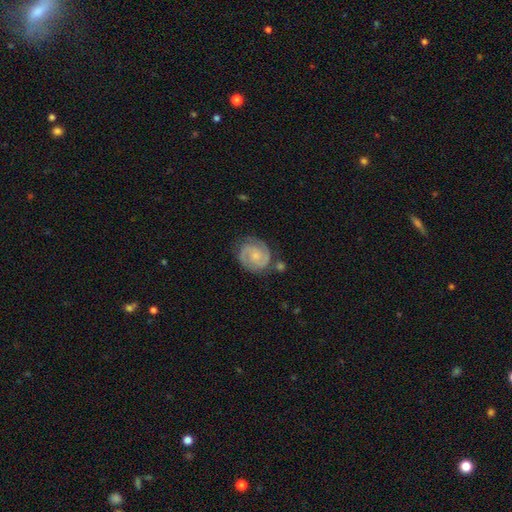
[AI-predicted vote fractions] Smooth or featured? Predicted: featured or disk (p=0.84). Edge-on disk? Predicted: no (p=0.98). Bar? Predicted: no (p=0.62). Spiral arms? Predicted: yes (p=0.97). Spiral winding? Predicted: tight (p=0.53). Spiral arm count? Predicted: 2 (p=0.88). Bulge size? Predicted: small (p=0.56). Merging? Predicted: none (p=0.75).